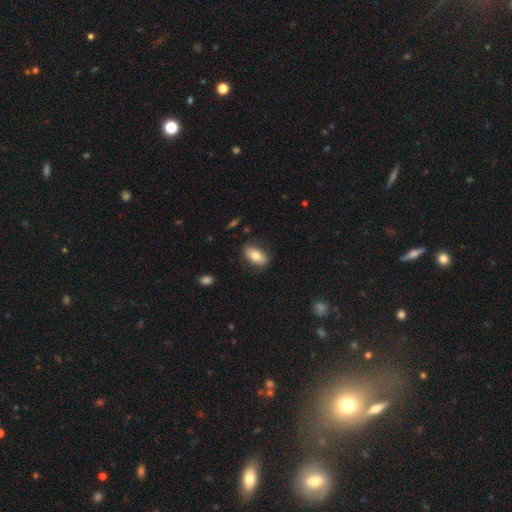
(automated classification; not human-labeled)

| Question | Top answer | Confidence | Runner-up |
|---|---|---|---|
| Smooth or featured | smooth | 75% | featured or disk (19%) |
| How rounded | in between | 90% | round (6%) |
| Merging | none | 83% | minor disturbance (13%) |